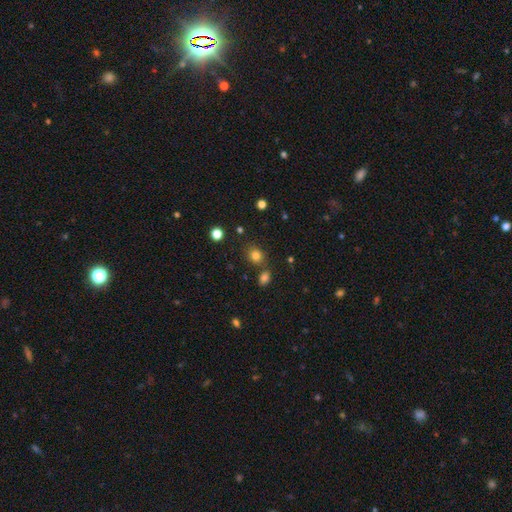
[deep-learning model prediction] smooth-or-featured: smooth: 80% | star or artifact: 14% | featured or disk: 6%
  how-rounded: round: 69% | in between: 30% | cigar-shaped: 1%
  merging: none: 74% | merger: 12% | minor disturbance: 11% | major disturbance: 4%